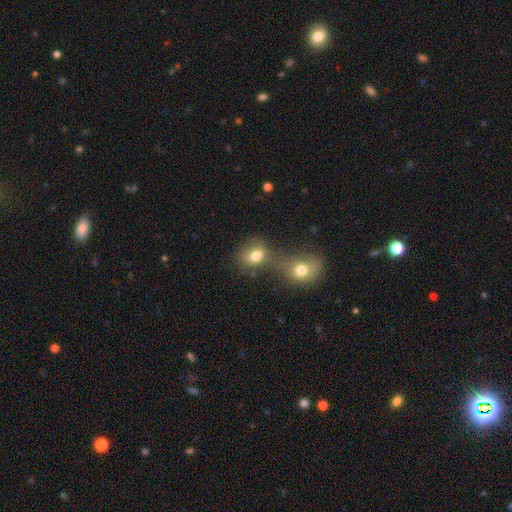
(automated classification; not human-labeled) Overall: smooth (78%). How rounded: round (54%; in between 45%). Merging: merger (57%; none 30%).